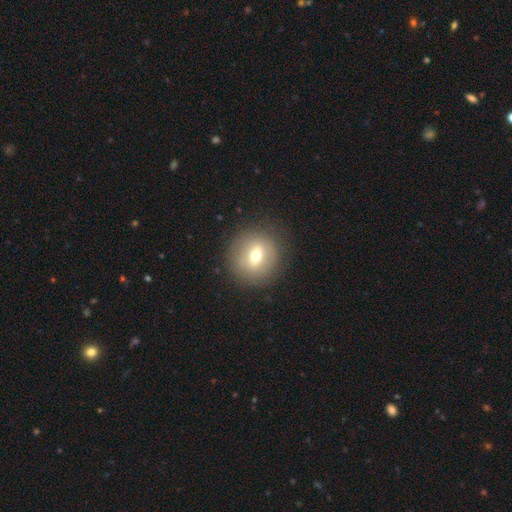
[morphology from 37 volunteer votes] smooth-or-featured: smooth: 68% | featured or disk: 30% | star or artifact: 3%
  how-rounded: round: 92% | in between: 8% | cigar-shaped: 0%
  merging: none: 72% | minor disturbance: 19% | major disturbance: 6% | merger: 3%